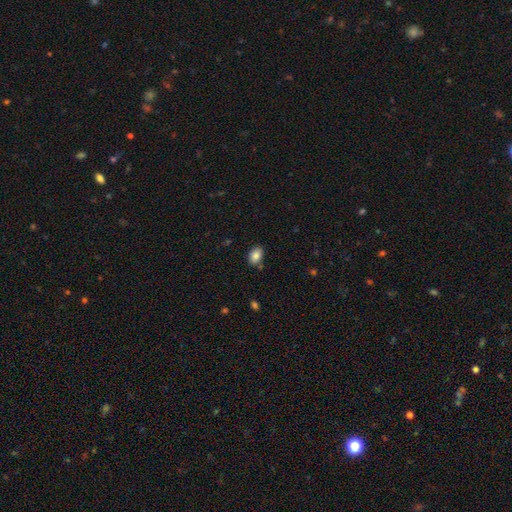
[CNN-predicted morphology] Smooth or featured?
  - smooth: 85% *
  - star or artifact: 9%
  - featured or disk: 7%
How rounded?
  - in between: 83% *
  - round: 16%
  - cigar-shaped: 1%
Merging?
  - none: 79% *
  - minor disturbance: 13%
  - merger: 5%
  - major disturbance: 3%